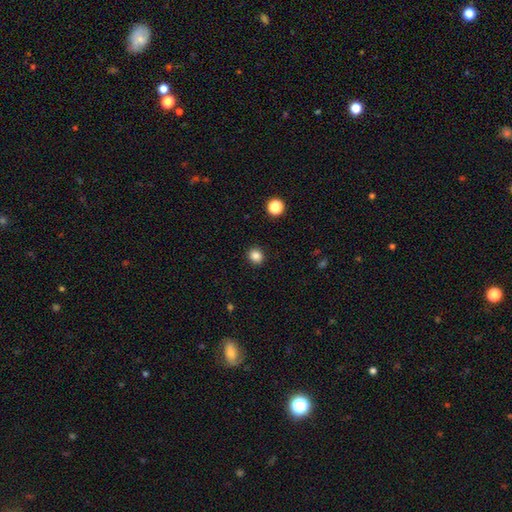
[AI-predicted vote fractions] Smooth or featured?
  - smooth: 84% *
  - star or artifact: 12%
  - featured or disk: 4%
How rounded?
  - round: 81% *
  - in between: 18%
  - cigar-shaped: 1%
Merging?
  - none: 91% *
  - minor disturbance: 6%
  - major disturbance: 2%
  - merger: 1%